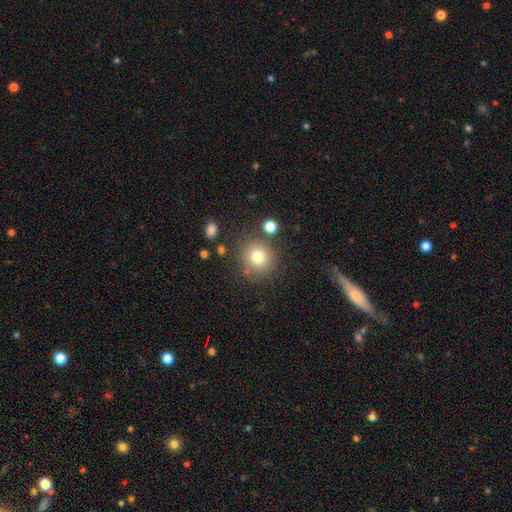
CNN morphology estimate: The model was most divided on "smooth or featured": smooth: 52%, star or artifact: 32%, featured or disk: 16%. More confident: how rounded — round (90%); merging — none (82%).